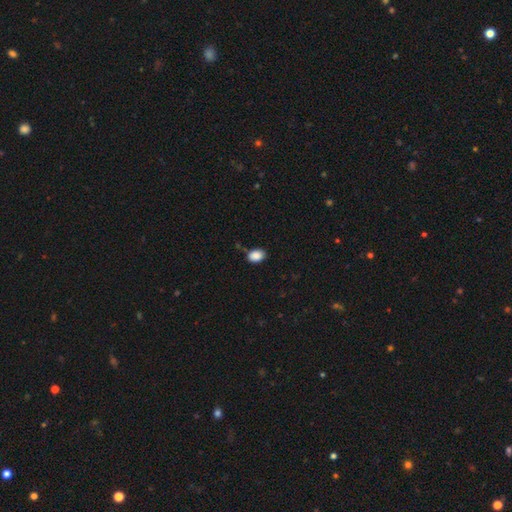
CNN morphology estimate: This appears to be a smooth galaxy with no disk features (88%) that is in between round and cigar-shaped (78%). Merging: none (79%).